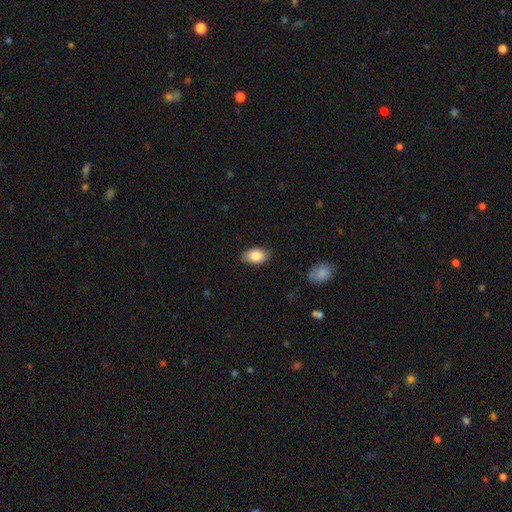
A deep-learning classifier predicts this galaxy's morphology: Smooth or featured?
  - smooth: 85% *
  - featured or disk: 8%
  - star or artifact: 6%
How rounded?
  - in between: 92% *
  - round: 7%
  - cigar-shaped: 2%
Merging?
  - none: 82% *
  - minor disturbance: 15%
  - major disturbance: 3%
  - merger: 1%